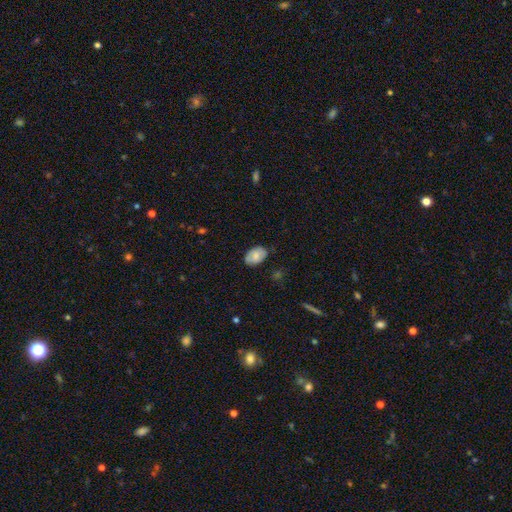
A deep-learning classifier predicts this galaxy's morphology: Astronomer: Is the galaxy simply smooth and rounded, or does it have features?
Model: smooth — 72%.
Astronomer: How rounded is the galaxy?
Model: in between — 89%.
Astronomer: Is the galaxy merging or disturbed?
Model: none — 79%.